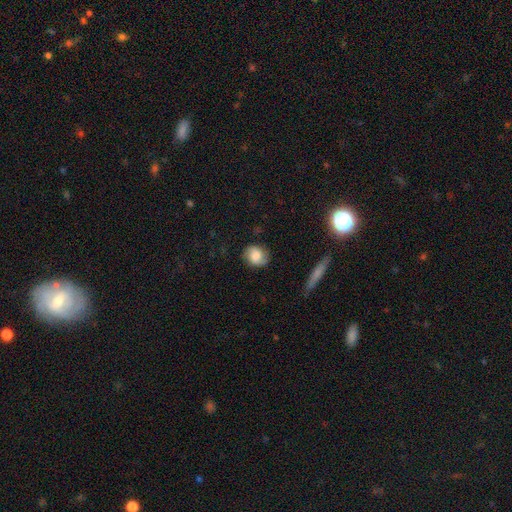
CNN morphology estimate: Smooth or featured: smooth — 60% (featured or disk — 31%)
How rounded: round — 65% (in between — 34%)
Merging: none — 75% (minor disturbance — 18%)